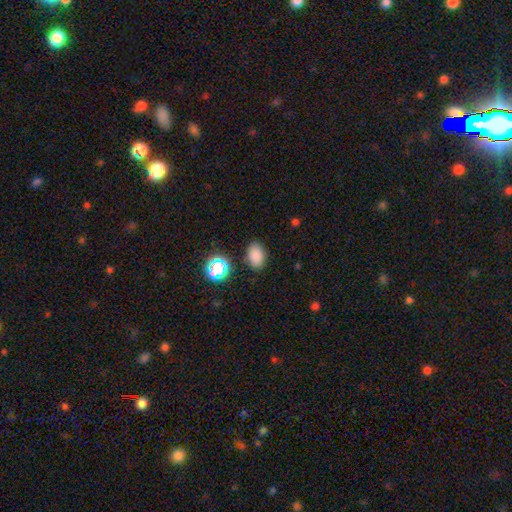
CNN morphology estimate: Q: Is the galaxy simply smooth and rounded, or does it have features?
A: smooth — 81%.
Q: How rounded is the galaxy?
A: in between — 83%.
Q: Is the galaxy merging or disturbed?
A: none — 84%.